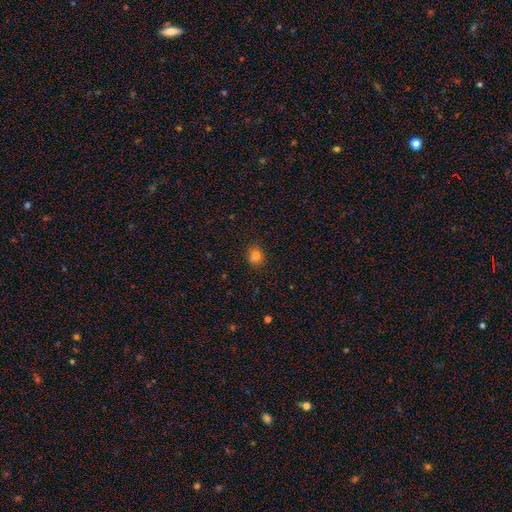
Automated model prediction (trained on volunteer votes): A smooth galaxy with no disk features (80%) that is round (63%). Merging: none (85%).